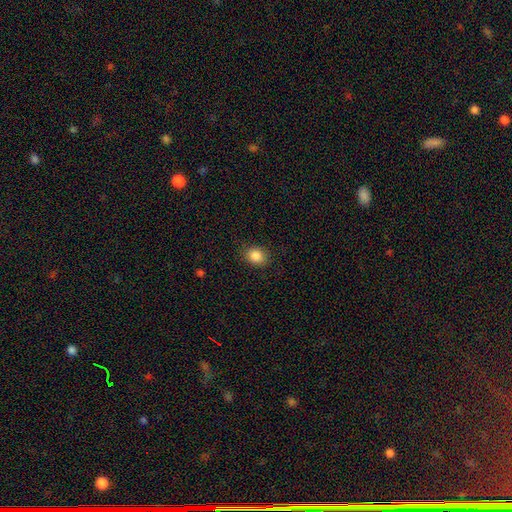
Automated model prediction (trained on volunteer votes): The model was most divided on "how rounded": round: 51%, in between: 48%, cigar-shaped: 1%. More confident: merging — none (87%); smooth or featured — smooth (87%).